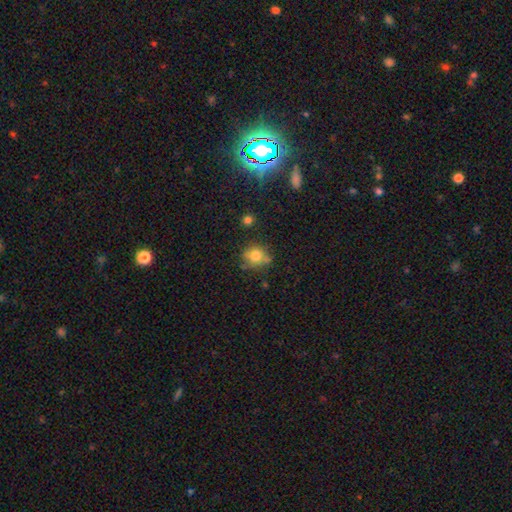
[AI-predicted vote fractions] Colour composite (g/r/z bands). It shows a smooth galaxy with no disk features (75%) that is round (81%). Merging: none (65%).